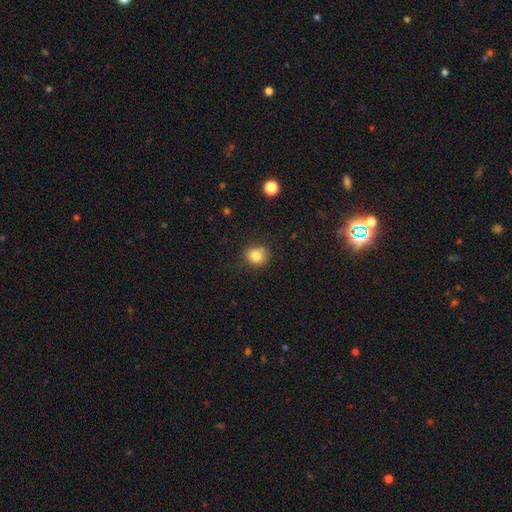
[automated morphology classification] This is clearly a smooth galaxy (81%). How rounded: likely round (76%). Merging: likely none (74%).